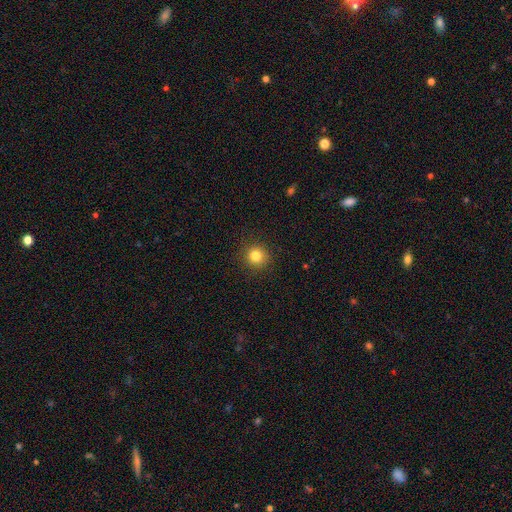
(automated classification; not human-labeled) Smooth or featured? smooth (82%)
How rounded? round (94%)
Merging? none (91%)